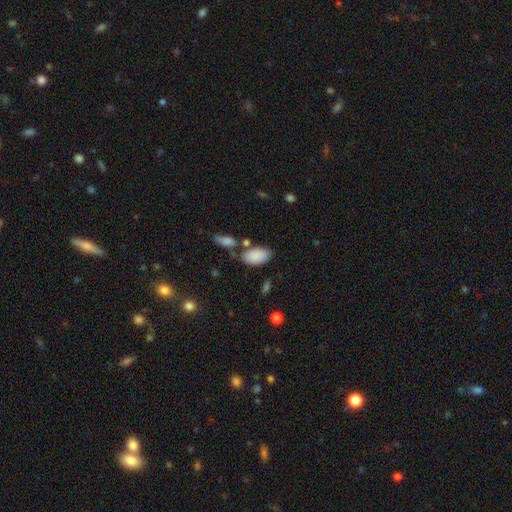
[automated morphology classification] Q: Smooth or featured?
A: smooth (88%); runner-up: star or artifact (7%)
Q: How rounded?
A: in between (94%); runner-up: round (4%)
Q: Merging?
A: none (69%); runner-up: minor disturbance (14%)